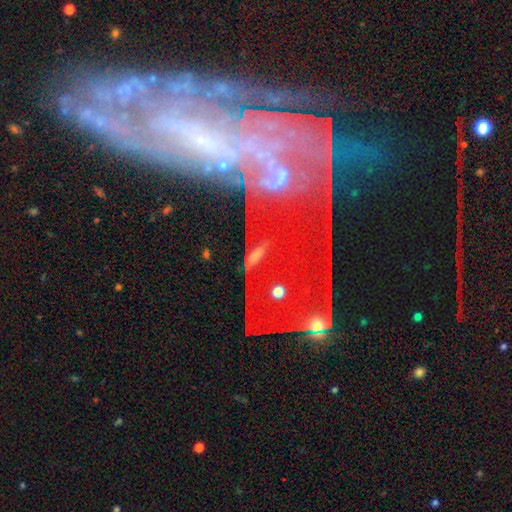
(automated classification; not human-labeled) smooth_or_featured: smooth (p=0.37) [alt: featured or disk p=0.36]
merging: none (p=0.58) [alt: minor disturbance p=0.20]